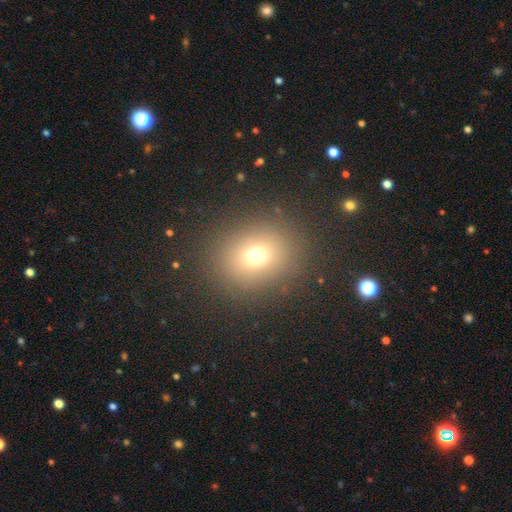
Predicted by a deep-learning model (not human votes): A smooth galaxy with no disk features (70%) that is round (69%). Merging: none (86%).